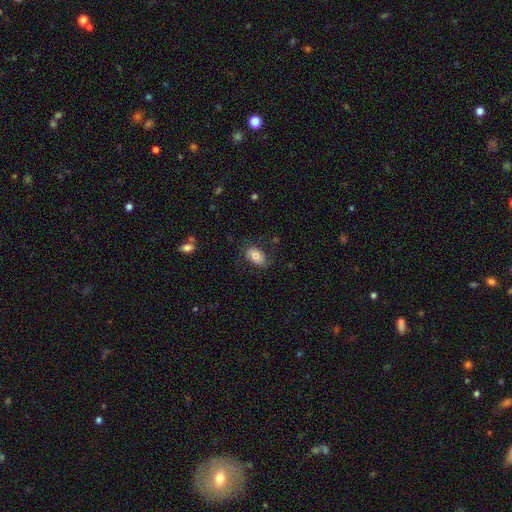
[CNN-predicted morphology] The model was most divided on "merging": none: 69%, minor disturbance: 21%, major disturbance: 9%, merger: 2%. More confident: how rounded — in between (89%); smooth or featured — smooth (74%).